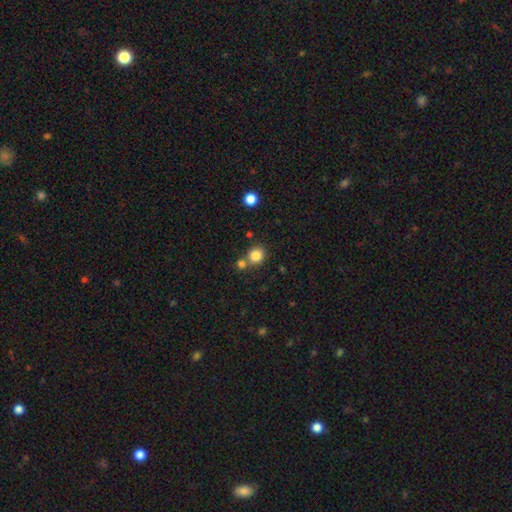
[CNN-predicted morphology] Smooth or featured: smooth — 83% (star or artifact — 11%)
How rounded: round — 87% (in between — 12%)
Merging: none — 67% (merger — 23%)